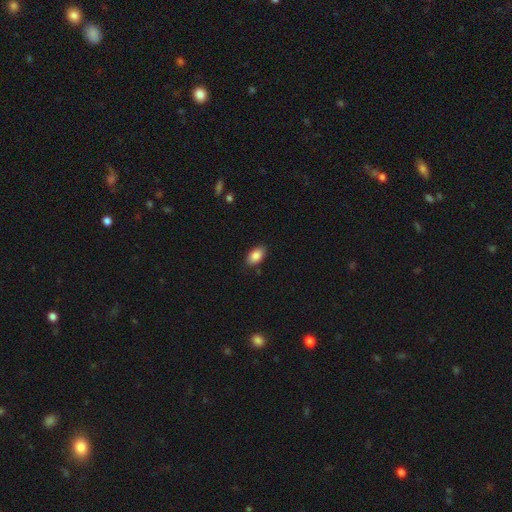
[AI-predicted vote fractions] Smooth or featured? smooth (87%)
How rounded? in between (92%)
Merging? none (86%)